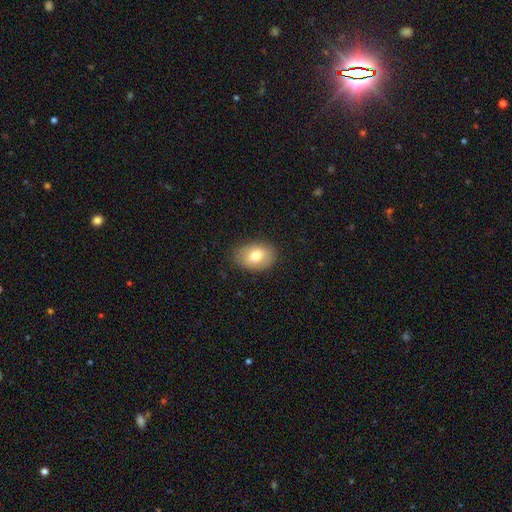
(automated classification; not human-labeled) Smooth or featured? Predicted: smooth (p=0.75). How rounded? Predicted: in between (p=0.81). Merging? Predicted: none (p=0.83).